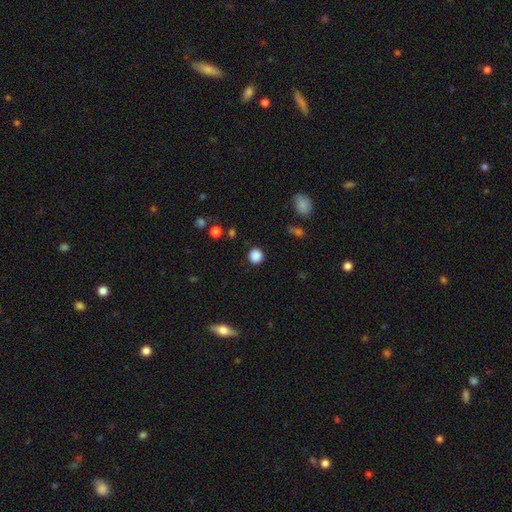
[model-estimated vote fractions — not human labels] smooth_or_featured: smooth (p=0.86) [alt: star or artifact p=0.11]
how_rounded: round (p=0.93) [alt: in between p=0.06]
merging: none (p=0.90) [alt: minor disturbance p=0.06]